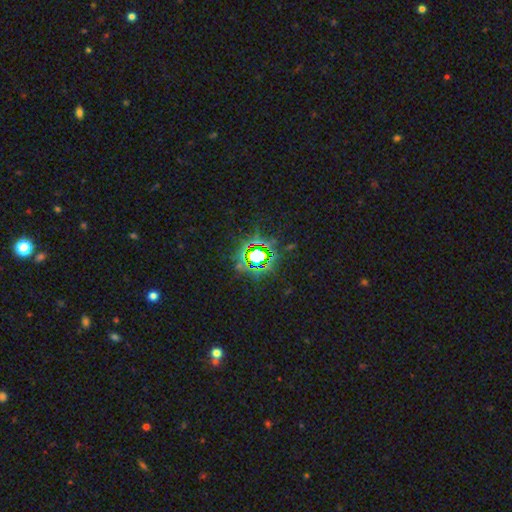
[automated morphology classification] Overall: star or artifact (79%).